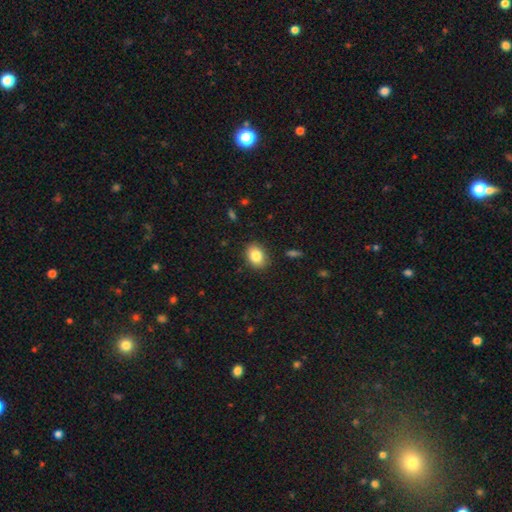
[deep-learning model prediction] The model was most divided on "how rounded": in between: 69%, round: 30%, cigar-shaped: 1%. More confident: merging — none (87%); smooth or featured — smooth (85%).